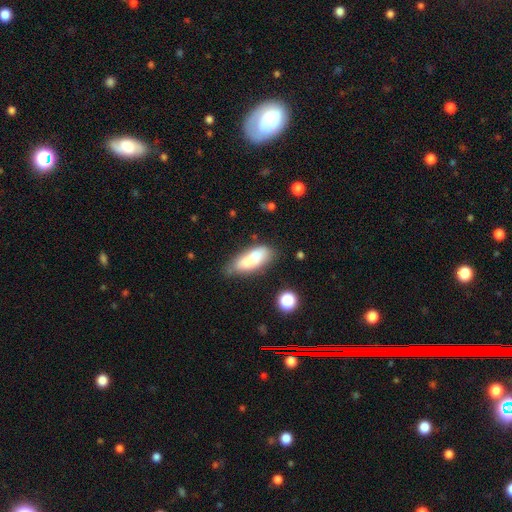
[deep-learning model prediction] Smooth or featured? smooth (75%)
How rounded? in between (68%)
Merging? none (55%)